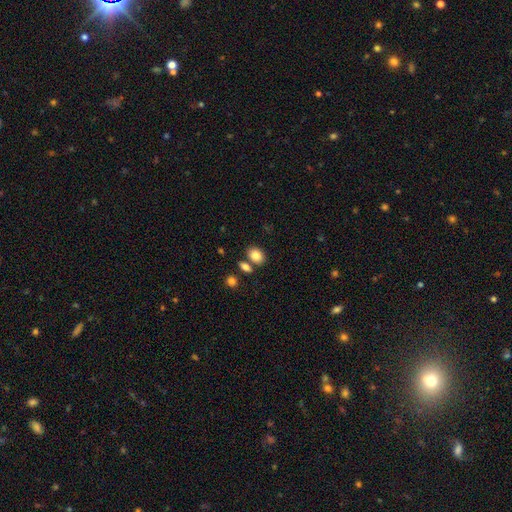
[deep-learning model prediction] Smooth or featured? Predicted: smooth (p=0.84). How rounded? Predicted: in between (p=0.69). Merging? Predicted: none (p=0.69).